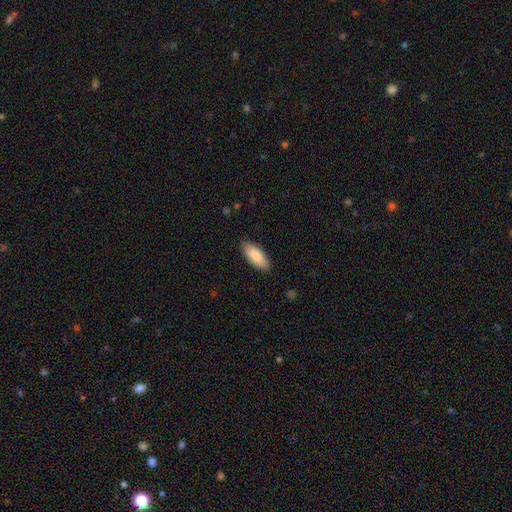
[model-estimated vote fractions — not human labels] Smooth or featured? Predicted: smooth (p=0.87). How rounded? Predicted: in between (p=0.80). Merging? Predicted: none (p=0.85).